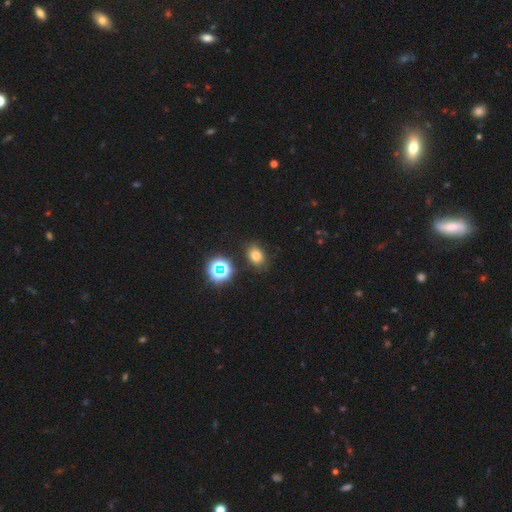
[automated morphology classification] A smooth galaxy with no disk features (72%) that is in between round and cigar-shaped (63%).

Vote fractions:
- Smooth or featured? smooth: 72% / star or artifact: 20% / featured or disk: 8%
- How rounded? in between: 63% / round: 36% / cigar-shaped: 1%
- Merging? none: 82% / minor disturbance: 11% / major disturbance: 3% / merger: 3%